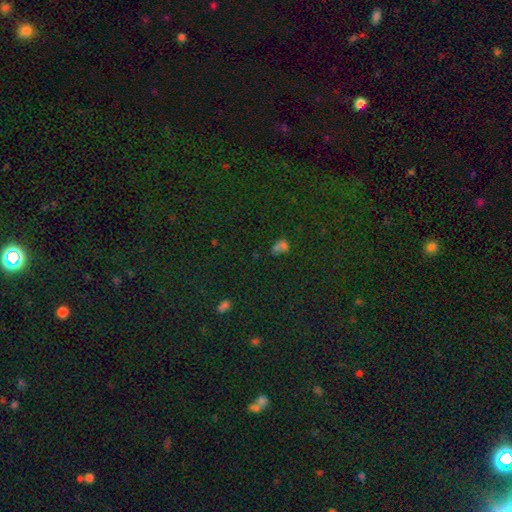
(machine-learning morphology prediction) This is likely a star or artifact rather than a galaxy (69%).